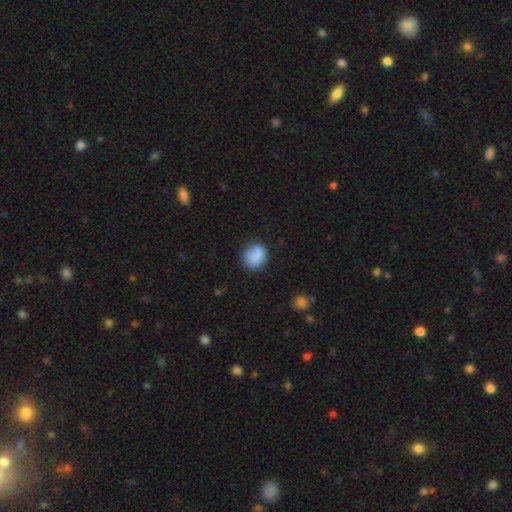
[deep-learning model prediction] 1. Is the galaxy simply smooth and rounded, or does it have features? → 86% smooth, 8% star or artifact, 6% featured or disk.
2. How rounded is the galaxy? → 69% round, 30% in between, 1% cigar-shaped.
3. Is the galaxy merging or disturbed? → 76% none, 18% minor disturbance, 5% major disturbance, 2% merger.